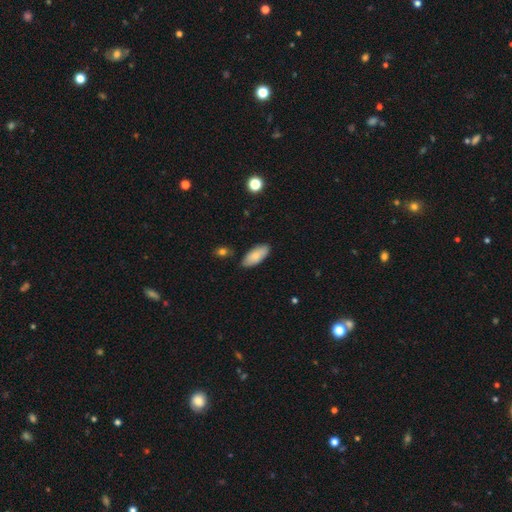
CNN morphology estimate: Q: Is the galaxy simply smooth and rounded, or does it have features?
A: smooth — 82%.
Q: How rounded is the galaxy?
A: in between — 86%.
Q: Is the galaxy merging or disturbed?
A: none — 85%.